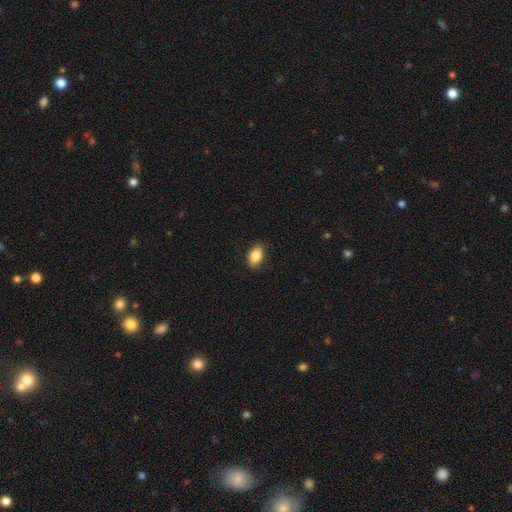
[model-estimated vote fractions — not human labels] Smooth or featured: smooth — 86% (star or artifact — 8%)
How rounded: in between — 88% (round — 9%)
Merging: none — 83% (minor disturbance — 13%)